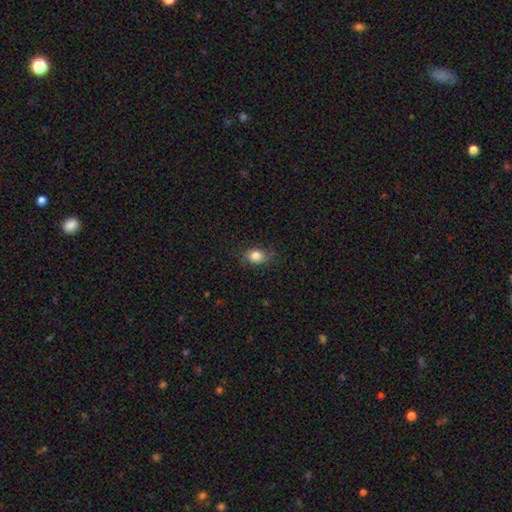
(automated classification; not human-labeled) smooth_or_featured: smooth (p=0.84) [alt: star or artifact p=0.09]
how_rounded: in between (p=0.60) [alt: round p=0.39]
merging: none (p=0.75) [alt: minor disturbance p=0.19]